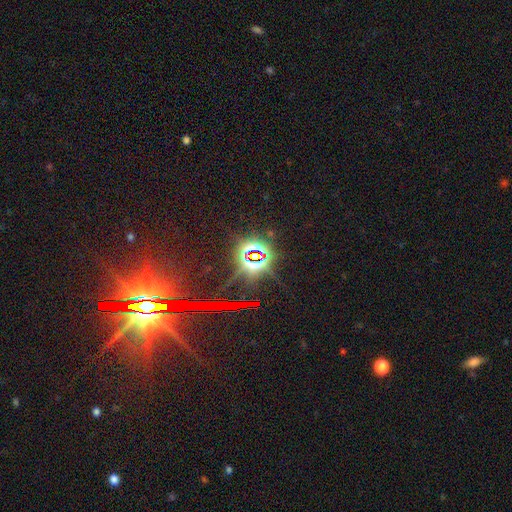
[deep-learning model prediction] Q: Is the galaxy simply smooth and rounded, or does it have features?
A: star or artifact — 82%.